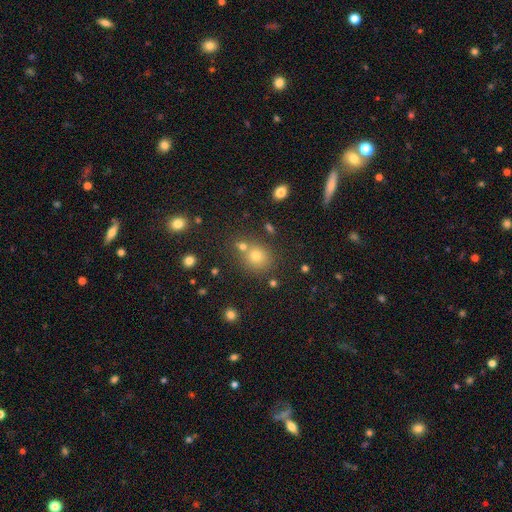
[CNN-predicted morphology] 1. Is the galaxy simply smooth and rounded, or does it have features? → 70% smooth, 20% star or artifact, 10% featured or disk.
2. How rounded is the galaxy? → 81% round, 18% in between, 1% cigar-shaped.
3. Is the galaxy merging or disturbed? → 69% none, 18% merger, 10% minor disturbance, 4% major disturbance.